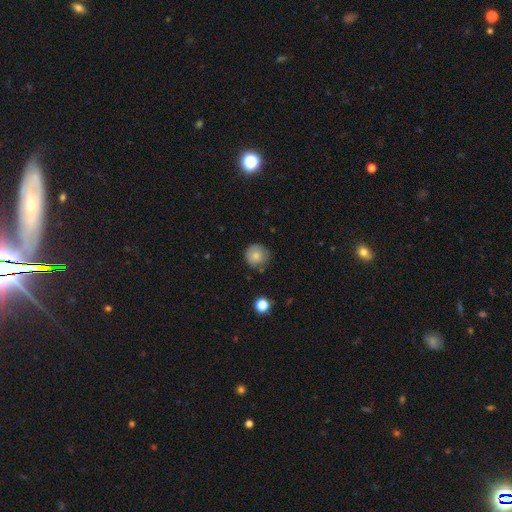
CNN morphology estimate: Smooth or featured? Predicted: smooth (p=0.81). How rounded? Predicted: round (p=0.94). Merging? Predicted: none (p=0.77).